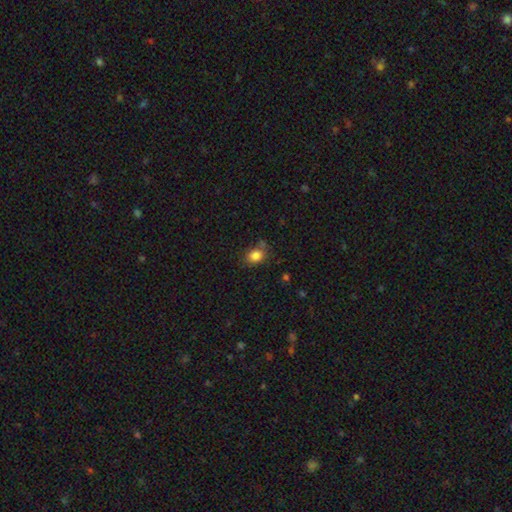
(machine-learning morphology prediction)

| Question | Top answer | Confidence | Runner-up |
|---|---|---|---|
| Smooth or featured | smooth | 84% | star or artifact (11%) |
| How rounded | in between | 51% | round (48%) |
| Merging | none | 69% | minor disturbance (19%) |